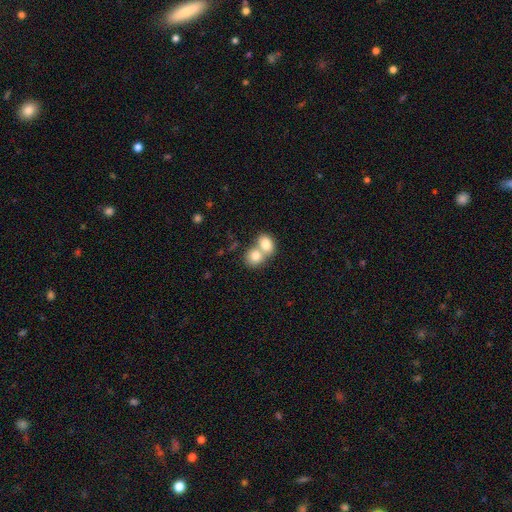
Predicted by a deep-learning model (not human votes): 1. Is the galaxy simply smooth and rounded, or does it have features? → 78% smooth, 14% featured or disk, 8% star or artifact.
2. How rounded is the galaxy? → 55% round, 44% in between, 1% cigar-shaped.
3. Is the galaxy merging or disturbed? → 69% merger, 24% none, 5% minor disturbance, 2% major disturbance.